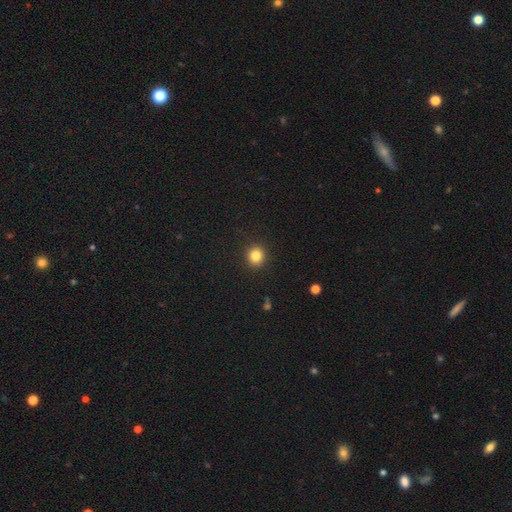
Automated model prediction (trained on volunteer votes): Smooth or featured? Predicted: smooth (p=0.83). How rounded? Predicted: round (p=0.89). Merging? Predicted: none (p=0.92).